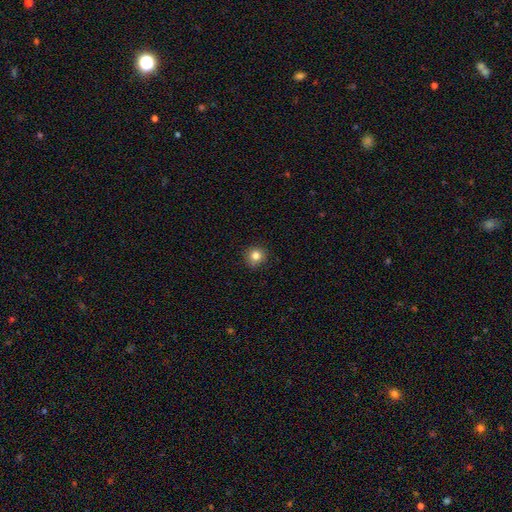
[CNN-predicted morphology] type=smooth (82%); roundness=round (93%); merging=none (90%).